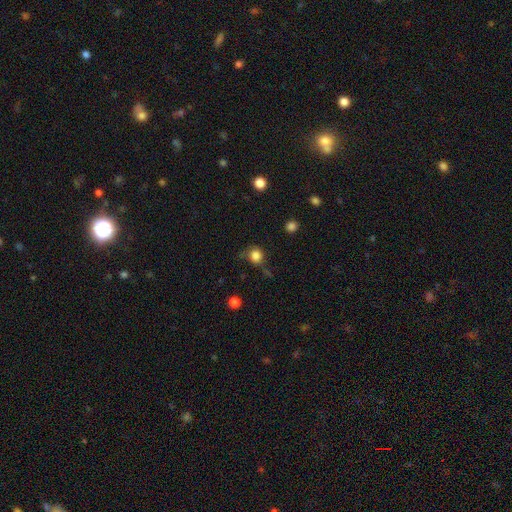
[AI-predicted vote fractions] The model was most divided on "merging": none: 60%, minor disturbance: 24%, major disturbance: 12%, merger: 4%. More confident: how rounded — round (87%); smooth or featured — smooth (82%).